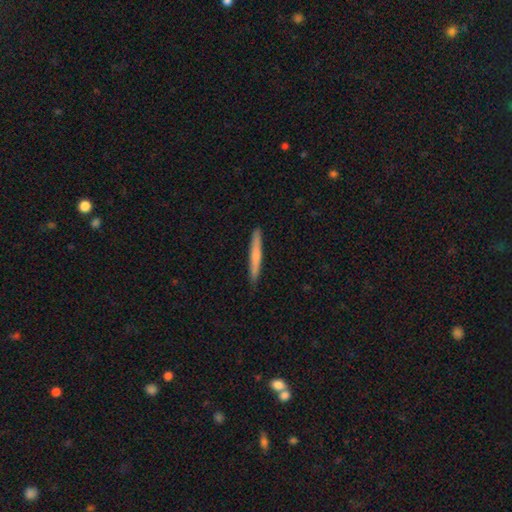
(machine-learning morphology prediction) smooth_or_featured: smooth (p=0.60) [alt: featured or disk p=0.35]
how_rounded: cigar-shaped (p=0.96) [alt: in between p=0.03]
merging: none (p=0.89) [alt: minor disturbance p=0.08]